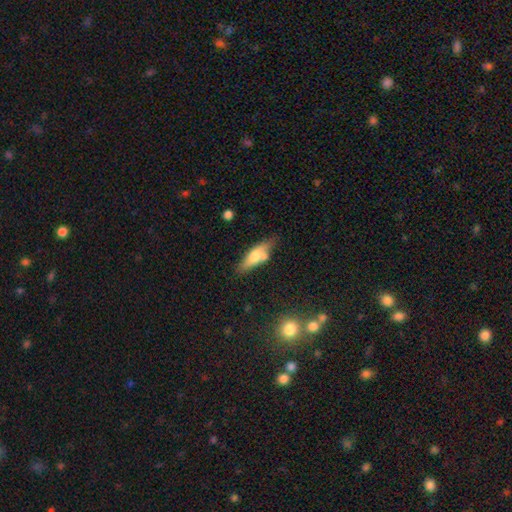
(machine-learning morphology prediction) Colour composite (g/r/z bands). It shows a smooth galaxy with no disk features (59%) that is in between round and cigar-shaped (54%). Merging: none (58%).